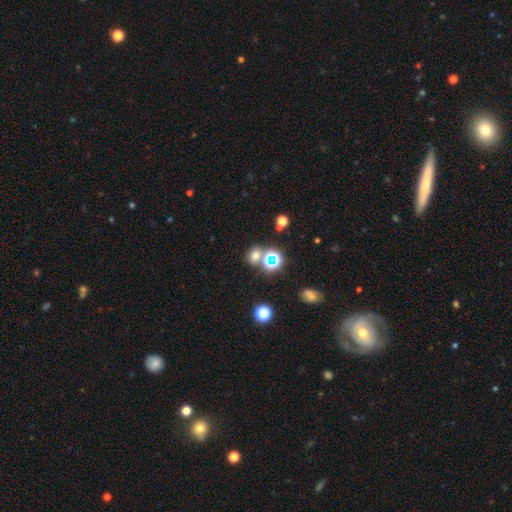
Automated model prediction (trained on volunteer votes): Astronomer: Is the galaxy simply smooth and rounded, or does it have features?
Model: smooth — 60%.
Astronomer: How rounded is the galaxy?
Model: round — 65%.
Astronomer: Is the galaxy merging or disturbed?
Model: none — 67%.